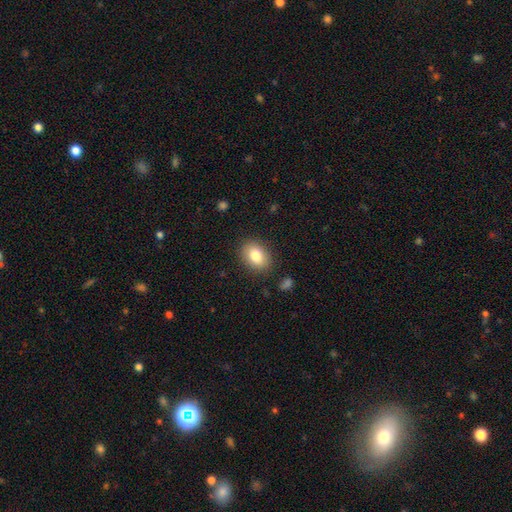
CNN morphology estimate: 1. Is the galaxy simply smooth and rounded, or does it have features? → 82% smooth, 10% featured or disk, 8% star or artifact.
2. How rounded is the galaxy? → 70% in between, 29% round, 1% cigar-shaped.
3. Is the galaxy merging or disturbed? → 86% none, 9% minor disturbance, 3% major disturbance, 1% merger.